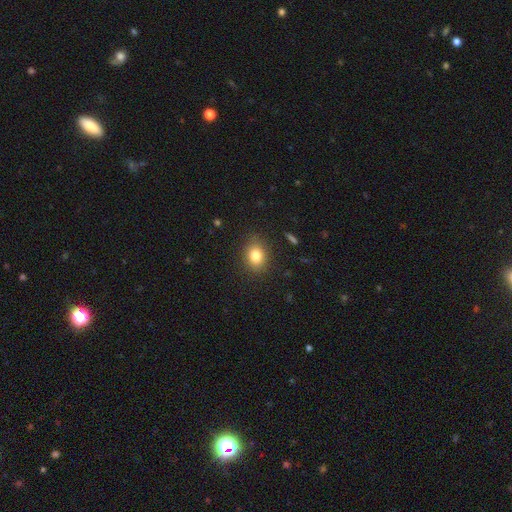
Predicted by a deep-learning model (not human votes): Overall: smooth (82%). How rounded: in between (50%; round 49%). Merging: none (86%).